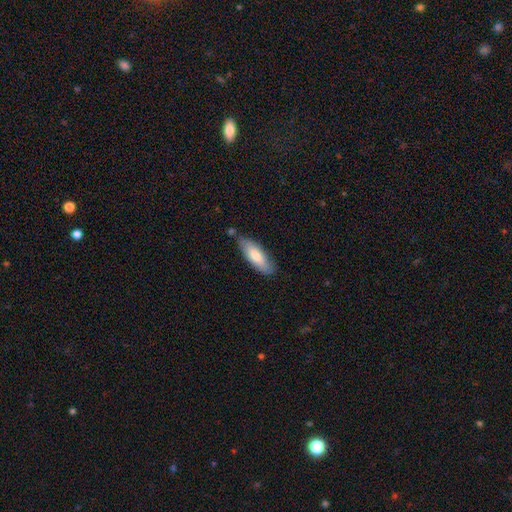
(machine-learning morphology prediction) This appears to be a smooth galaxy with no disk features (78%) that is in between round and cigar-shaped (60%). Merging: none (75%).